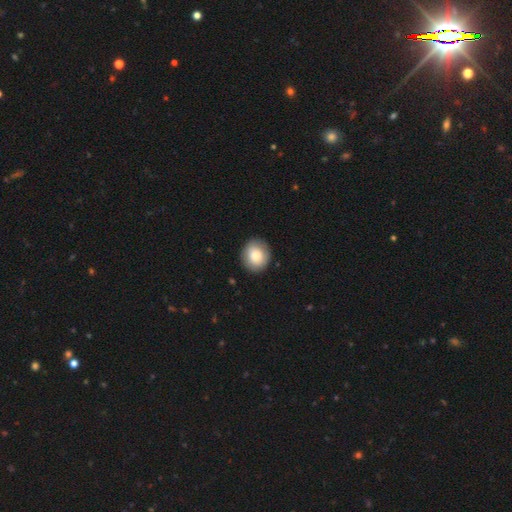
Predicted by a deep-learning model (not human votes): Smooth or featured?
  - smooth: 80% *
  - featured or disk: 13%
  - star or artifact: 7%
How rounded?
  - round: 79% *
  - in between: 20%
  - cigar-shaped: 1%
Merging?
  - none: 89% *
  - minor disturbance: 8%
  - major disturbance: 2%
  - merger: 1%